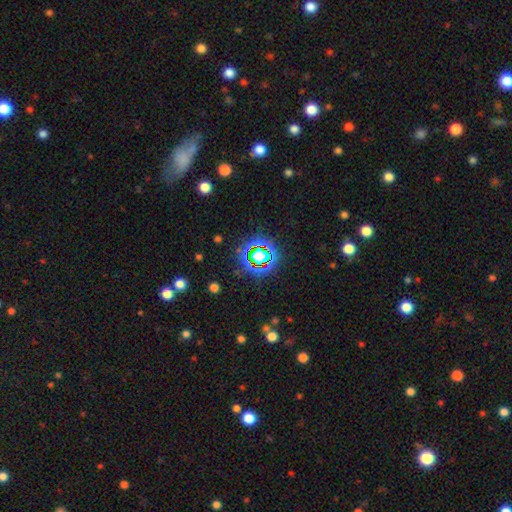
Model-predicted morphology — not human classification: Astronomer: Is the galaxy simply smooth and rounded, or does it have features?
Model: star or artifact — 69%.